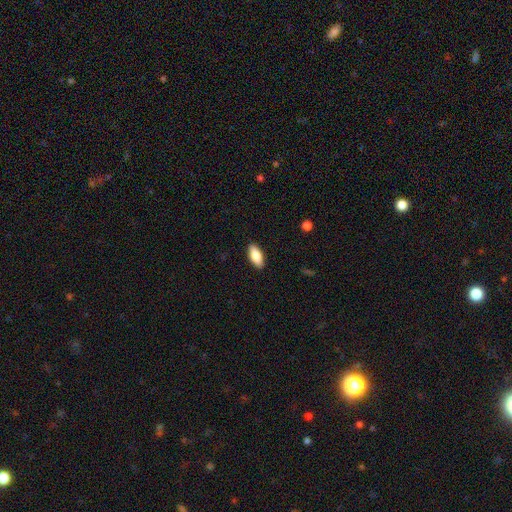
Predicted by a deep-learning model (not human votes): smooth-or-featured: smooth: 81% | featured or disk: 13% | star or artifact: 6%
  how-rounded: in between: 84% | cigar-shaped: 14% | round: 2%
  merging: none: 90% | minor disturbance: 8% | major disturbance: 2% | merger: 1%